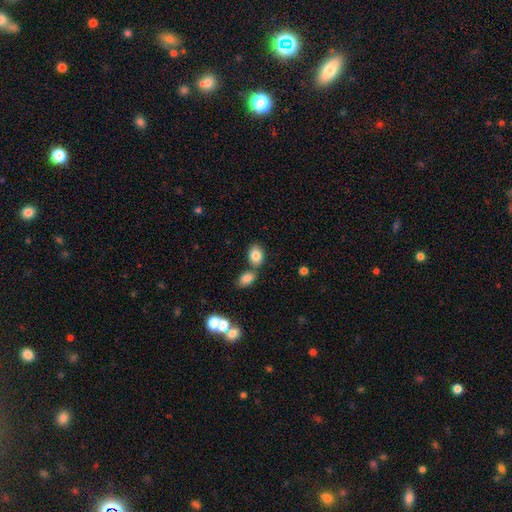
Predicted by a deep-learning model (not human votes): smooth-or-featured: smooth: 83% | star or artifact: 9% | featured or disk: 8%
  how-rounded: in between: 73% | round: 26% | cigar-shaped: 1%
  merging: none: 58% | merger: 27% | minor disturbance: 12% | major disturbance: 4%